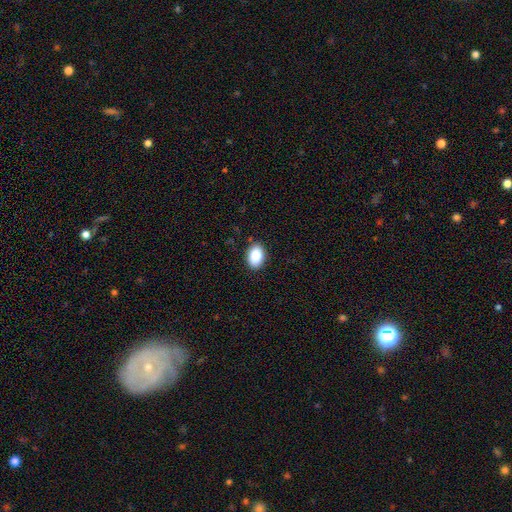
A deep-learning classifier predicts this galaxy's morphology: Smooth or featured: smooth — 90% (star or artifact — 7%)
How rounded: in between — 86% (round — 13%)
Merging: none — 88% (minor disturbance — 9%)